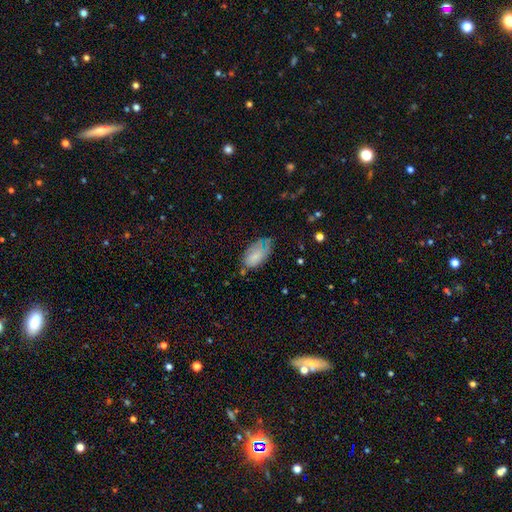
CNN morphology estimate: Overall: smooth (75%). How rounded: in between (93%). Merging: none (47%; minor disturbance 38%).